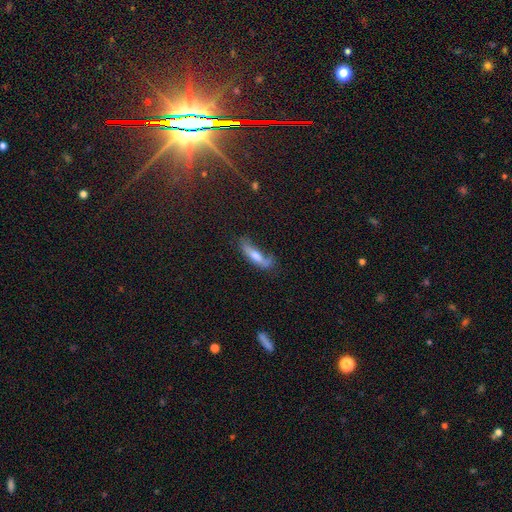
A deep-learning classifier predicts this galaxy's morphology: A smooth galaxy with no disk features (57%) that is cigar-shaped (61%).

Vote fractions:
- Smooth or featured? smooth: 57% / featured or disk: 34% / star or artifact: 9%
- How rounded? cigar-shaped: 61% / in between: 37% / round: 3%
- Merging? none: 39% / minor disturbance: 28% / major disturbance: 25% / merger: 8%